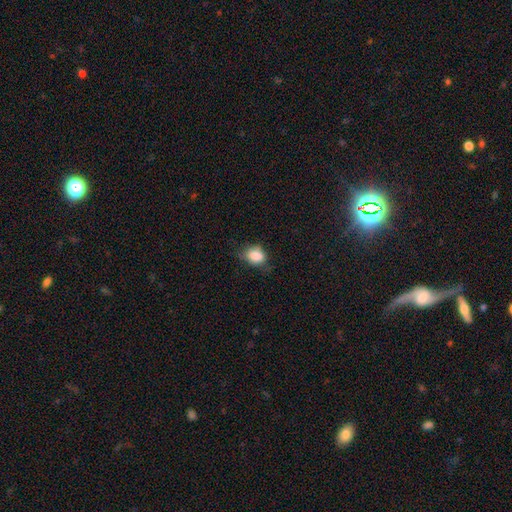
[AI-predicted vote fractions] Smooth or featured: smooth — 85% (star or artifact — 9%)
How rounded: in between — 61% (round — 38%)
Merging: none — 56% (minor disturbance — 33%)